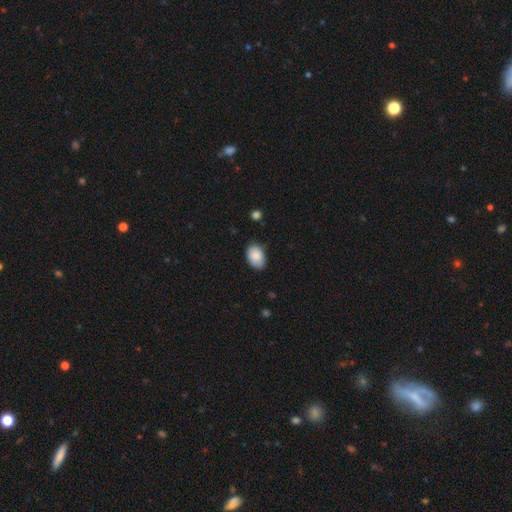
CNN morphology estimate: smooth_or_featured: smooth (p=0.88) [alt: star or artifact p=0.07]
how_rounded: in between (p=0.88) [alt: round p=0.11]
merging: none (p=0.77) [alt: minor disturbance p=0.19]